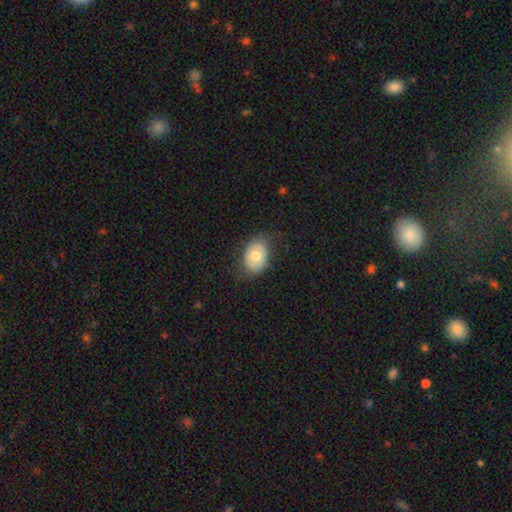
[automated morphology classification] Smooth or featured? smooth (70%)
How rounded? in between (73%)
Merging? none (75%)